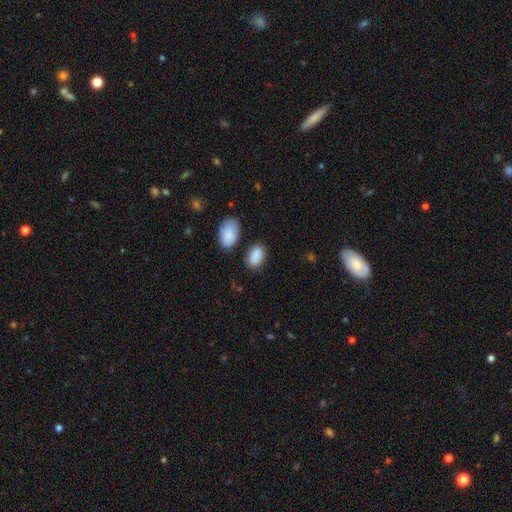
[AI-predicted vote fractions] Overall: smooth (88%). How rounded: in between (91%). Merging: none (75%).